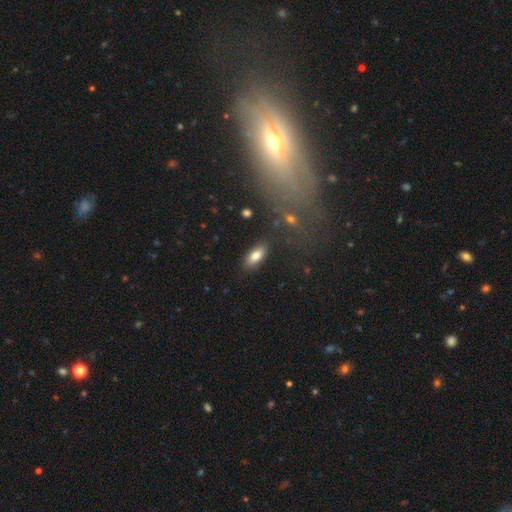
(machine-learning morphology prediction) smooth-or-featured: smooth: 82% | featured or disk: 11% | star or artifact: 7%
  how-rounded: in between: 84% | cigar-shaped: 14% | round: 3%
  merging: none: 85% | minor disturbance: 10% | major disturbance: 3% | merger: 2%